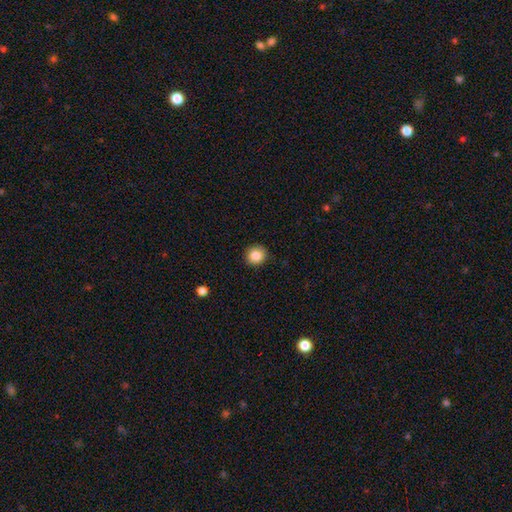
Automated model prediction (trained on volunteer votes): The model was most divided on "smooth or featured": smooth: 85%, star or artifact: 10%, featured or disk: 5%. More confident: merging — none (92%); how rounded — round (91%).